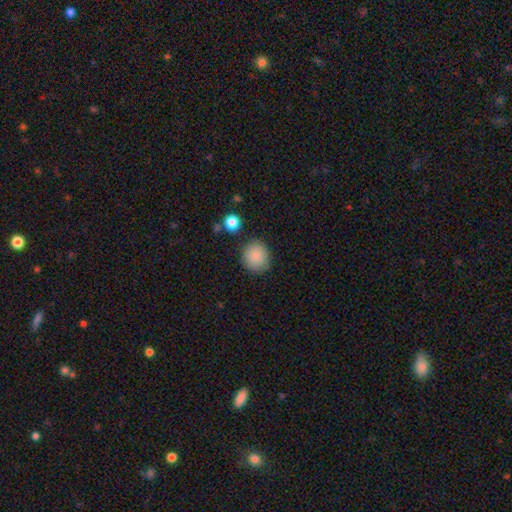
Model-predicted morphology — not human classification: Smooth or featured?
  - smooth: 86% *
  - star or artifact: 9%
  - featured or disk: 6%
How rounded?
  - round: 86% *
  - in between: 13%
  - cigar-shaped: 1%
Merging?
  - none: 84% *
  - minor disturbance: 10%
  - major disturbance: 3%
  - merger: 3%